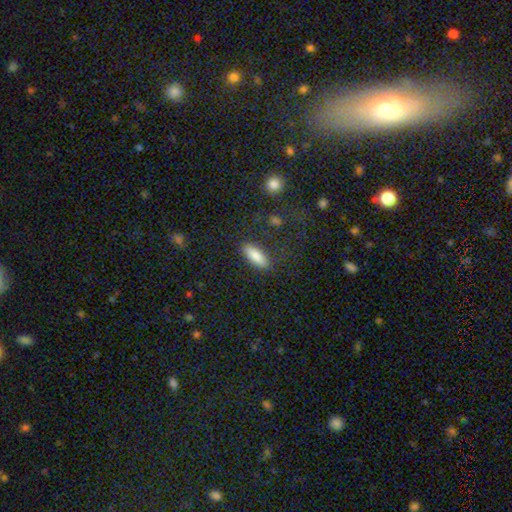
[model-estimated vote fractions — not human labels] Smooth or featured? smooth (84%)
How rounded? in between (63%)
Merging? none (84%)